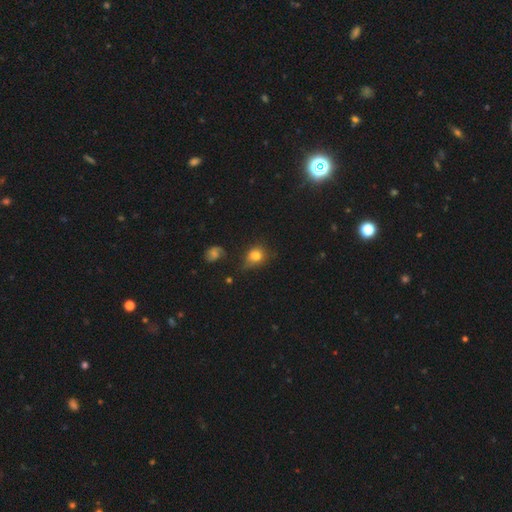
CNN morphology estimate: A smooth galaxy with no disk features (76%) that is round (64%). Merging: none (55%).